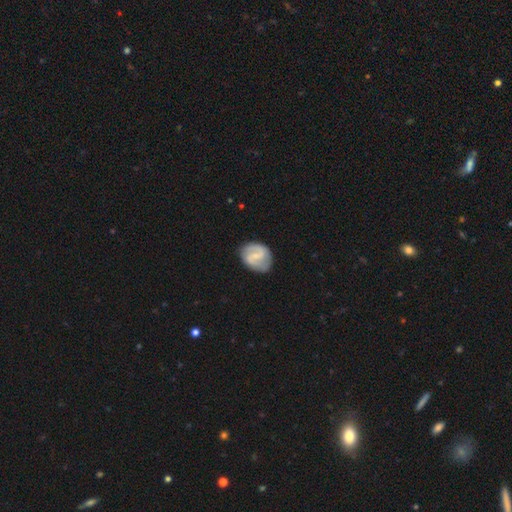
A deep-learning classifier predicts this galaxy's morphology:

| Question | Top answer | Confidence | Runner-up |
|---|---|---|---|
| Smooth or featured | featured or disk | 76% | smooth (19%) |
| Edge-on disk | no | 98% | yes (2%) |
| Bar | weak | 55% | strong (22%) |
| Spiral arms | yes | 92% | no (8%) |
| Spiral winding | medium | 50% | tight (26%) |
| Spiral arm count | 2 | 88% | can't tell (7%) |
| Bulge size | small | 59% | none (22%) |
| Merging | none | 78% | minor disturbance (16%) |